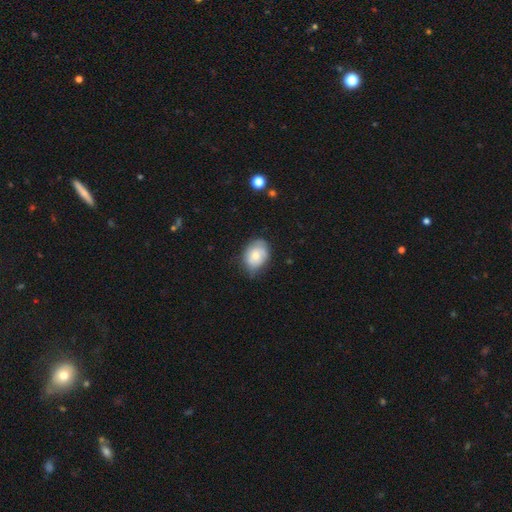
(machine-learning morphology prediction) Smooth or featured? Predicted: smooth (p=0.66). How rounded? Predicted: in between (p=0.68). Merging? Predicted: none (p=0.62).